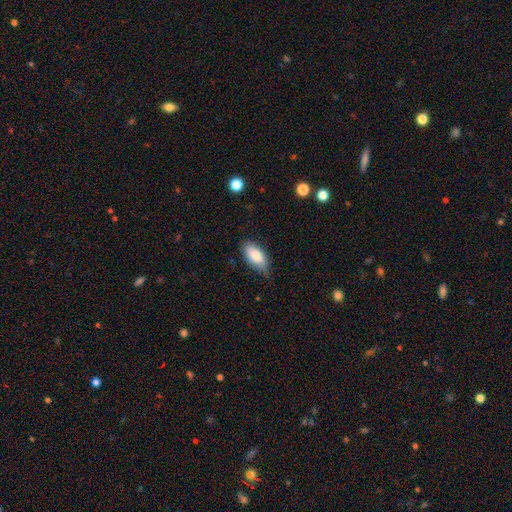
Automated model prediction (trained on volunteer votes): Morphology: type=smooth (83%); roundness=in between (91%); merging=none (70%).